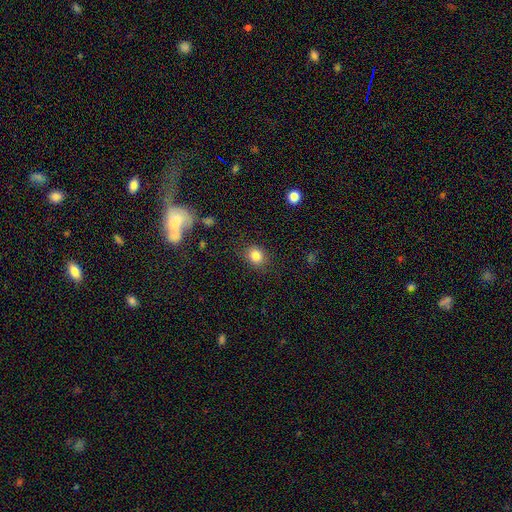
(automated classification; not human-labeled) The model was most divided on "how rounded": round: 59%, in between: 40%, cigar-shaped: 1%. More confident: smooth or featured — smooth (84%); merging — none (82%).